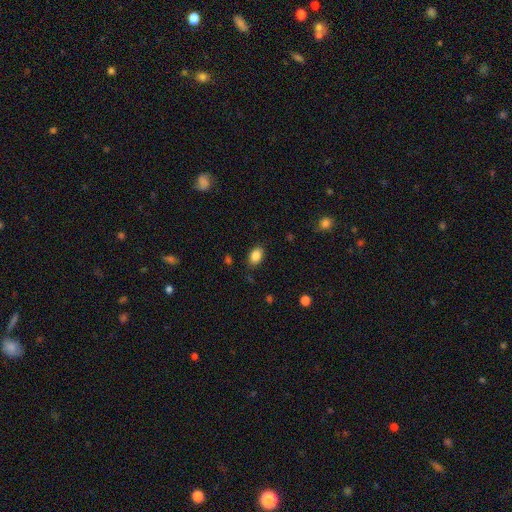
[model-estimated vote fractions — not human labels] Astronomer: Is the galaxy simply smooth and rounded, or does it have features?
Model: smooth — 86%.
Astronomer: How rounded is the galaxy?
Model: in between — 83%.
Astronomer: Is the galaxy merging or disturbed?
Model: none — 84%.